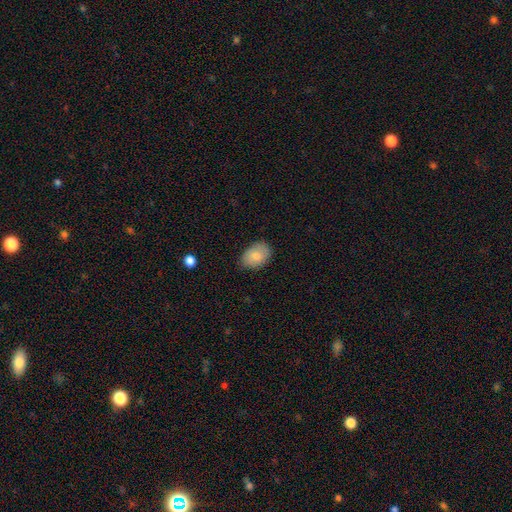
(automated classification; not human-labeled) smooth-or-featured: smooth: 83% | featured or disk: 10% | star or artifact: 7%
  how-rounded: in between: 83% | round: 16% | cigar-shaped: 1%
  merging: none: 80% | minor disturbance: 16% | major disturbance: 3% | merger: 1%